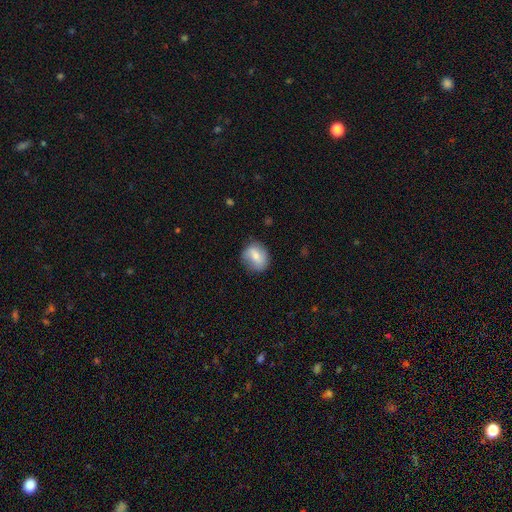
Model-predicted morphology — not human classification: smooth 64%, featured or disk 28%, star or artifact 8%. Down the decision tree: how rounded — round (68%); merging — none (77%).